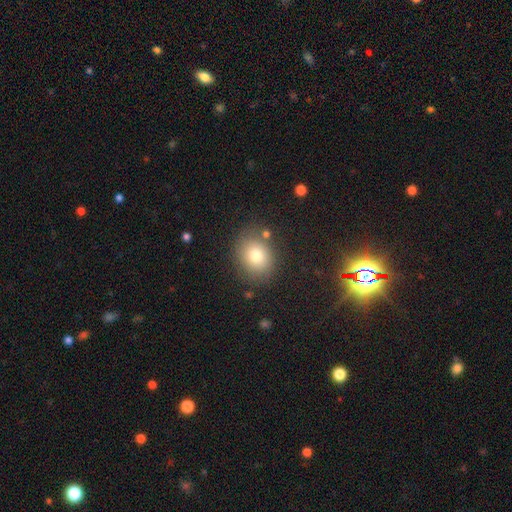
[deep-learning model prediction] Q: Smooth or featured?
A: smooth (76%); runner-up: star or artifact (12%)
Q: How rounded?
A: round (59%); runner-up: in between (40%)
Q: Merging?
A: none (80%); runner-up: minor disturbance (12%)